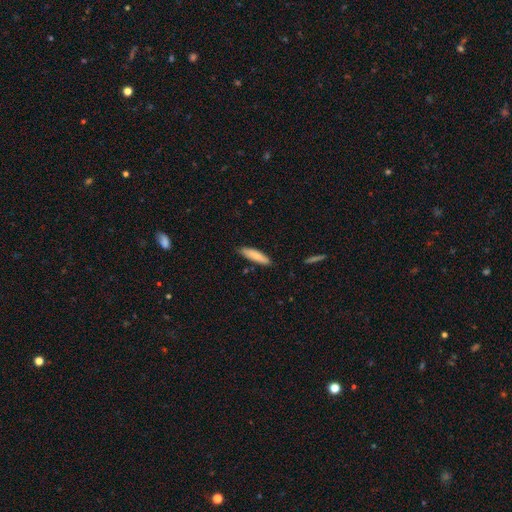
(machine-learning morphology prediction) A smooth galaxy with no disk features (80%) that is cigar-shaped (70%).

Vote fractions:
- Smooth or featured? smooth: 80% / featured or disk: 15% / star or artifact: 6%
- How rounded? cigar-shaped: 70% / in between: 28% / round: 1%
- Merging? none: 84% / minor disturbance: 12% / major disturbance: 2% / merger: 2%